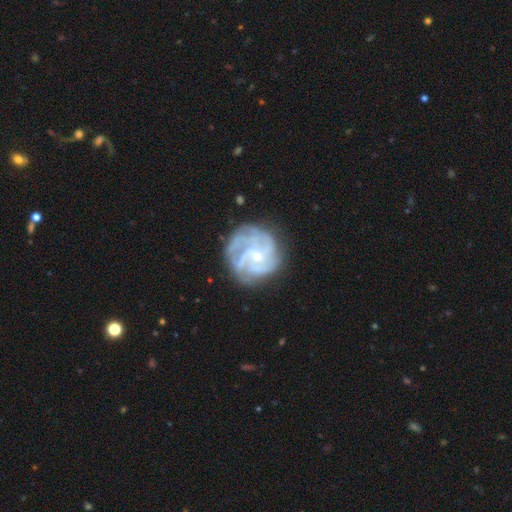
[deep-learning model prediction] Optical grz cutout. It shows a featured or disk galaxy (81%) with no bar (64%), 4 (31%) tight (49%) spiral arms (92%) and a small central bulge (72%). Merging: none (70%).